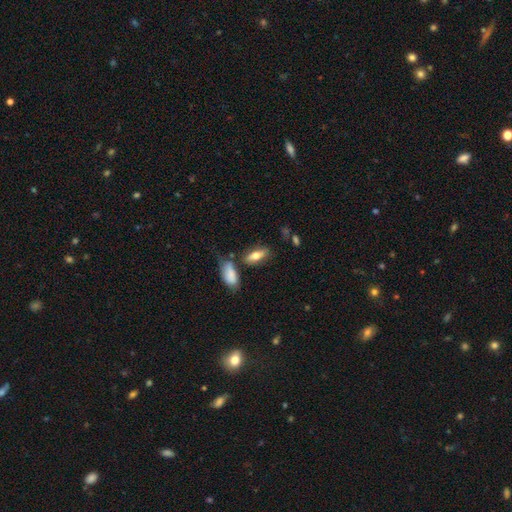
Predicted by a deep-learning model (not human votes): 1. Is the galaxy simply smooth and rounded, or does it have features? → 68% smooth, 25% featured or disk, 7% star or artifact.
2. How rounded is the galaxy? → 73% in between, 24% cigar-shaped, 3% round.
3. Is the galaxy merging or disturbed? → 68% none, 17% minor disturbance, 10% merger, 5% major disturbance.